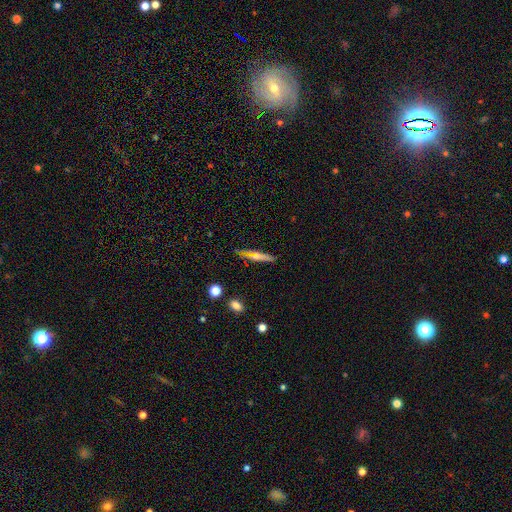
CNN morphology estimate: smooth-or-featured: featured or disk: 49% | smooth: 40% | star or artifact: 11%
  merging: none: 85% | minor disturbance: 11% | major disturbance: 2% | merger: 2%